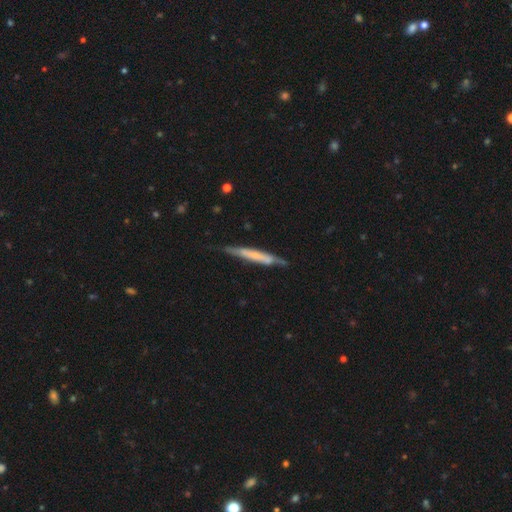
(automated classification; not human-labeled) Smooth or featured? Predicted: featured or disk (p=0.51). Edge-on disk? Predicted: yes (p=0.88). Merging? Predicted: none (p=0.70).